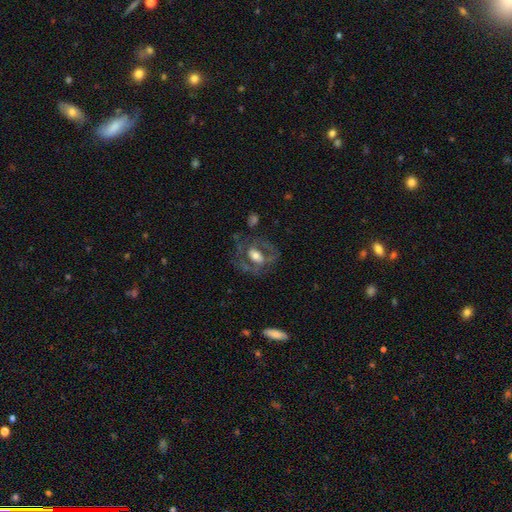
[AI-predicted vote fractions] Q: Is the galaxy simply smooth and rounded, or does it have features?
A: featured or disk — 63%.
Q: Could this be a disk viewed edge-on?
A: no — 93%.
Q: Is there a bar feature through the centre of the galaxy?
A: no — 53%.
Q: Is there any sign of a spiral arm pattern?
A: no — 57%.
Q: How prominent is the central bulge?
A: moderate — 57%.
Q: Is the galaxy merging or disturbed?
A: none — 56%.